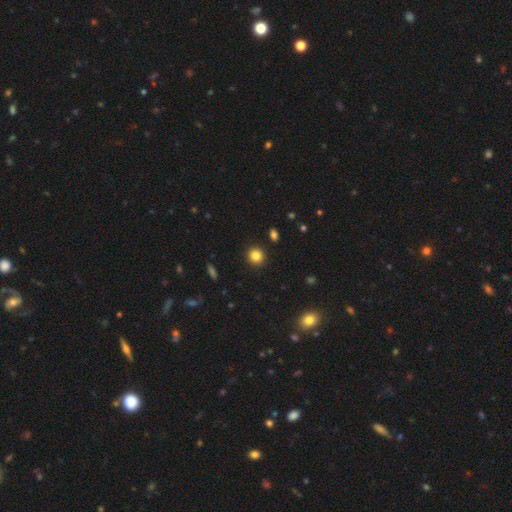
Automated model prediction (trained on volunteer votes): Smooth or featured: smooth — 84% (star or artifact — 11%)
How rounded: round — 91% (in between — 8%)
Merging: none — 92% (minor disturbance — 5%)